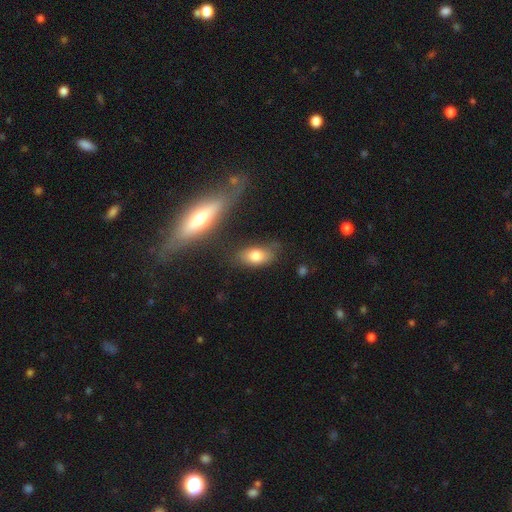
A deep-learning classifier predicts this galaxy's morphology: This is likely a smooth galaxy (77%). How rounded: clearly in between (88%). Merging: likely none (68%).